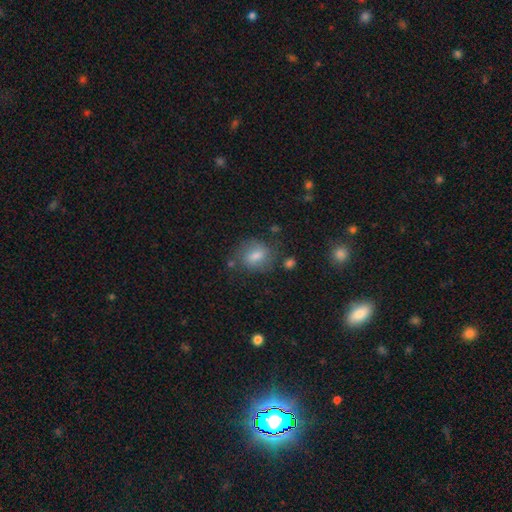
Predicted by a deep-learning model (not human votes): The model was most divided on "how rounded": in between: 53%, round: 46%, cigar-shaped: 2%. More confident: merging — none (70%); smooth or featured — smooth (70%).